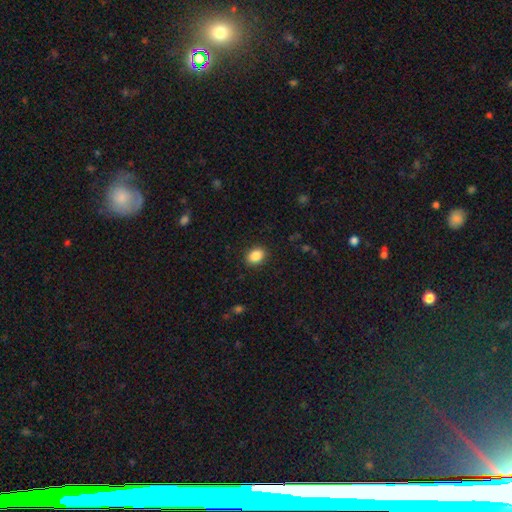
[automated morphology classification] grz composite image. It shows a smooth galaxy with no disk features (87%) that is in between round and cigar-shaped (60%). Merging: none (89%).